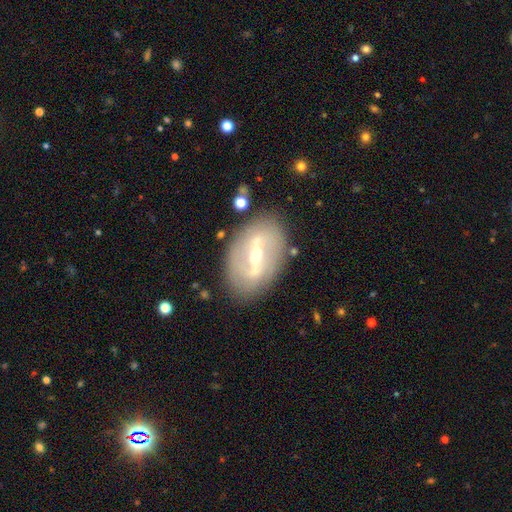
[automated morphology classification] Smooth or featured? Predicted: featured or disk (p=0.76). Edge-on disk? Predicted: no (p=0.88). Bar? Predicted: strong (p=0.60). Spiral arms? Predicted: no (p=0.57). Bulge size? Predicted: moderate (p=0.62). Merging? Predicted: none (p=0.82).